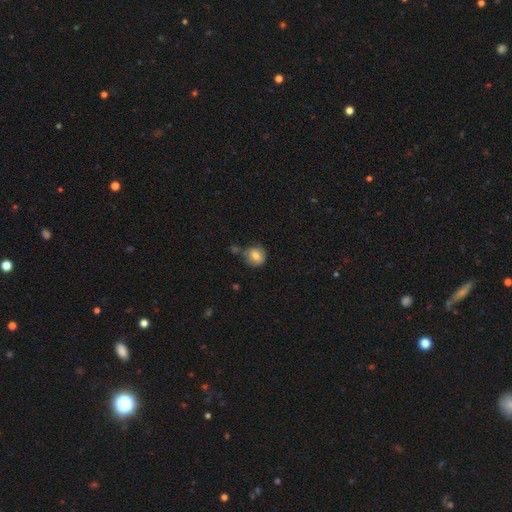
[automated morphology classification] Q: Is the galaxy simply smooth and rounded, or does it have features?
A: smooth — 77%.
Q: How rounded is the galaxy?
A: round — 86%.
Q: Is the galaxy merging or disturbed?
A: none — 63%.